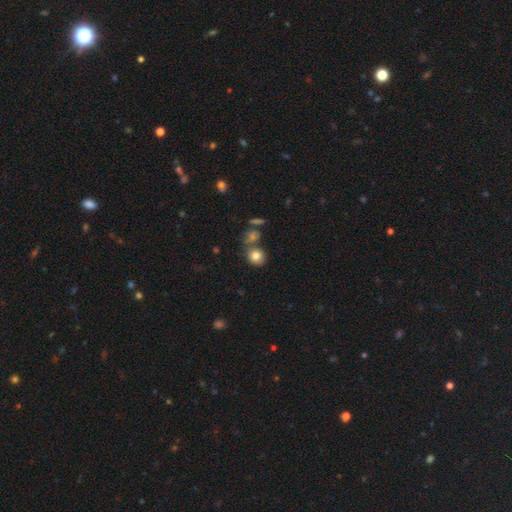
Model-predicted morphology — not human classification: This appears to be a smooth galaxy with no disk features (80%) that is round (80%). Merging: none (65%).